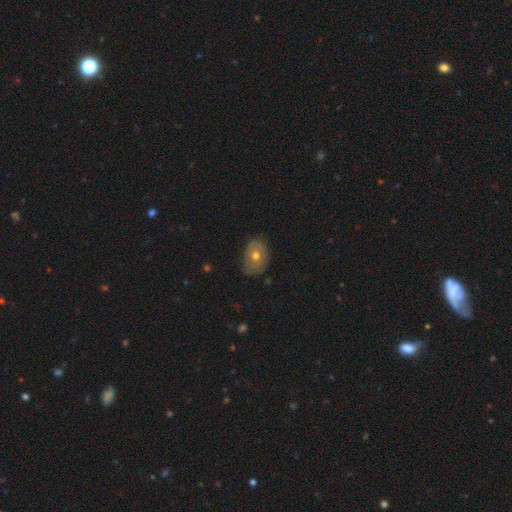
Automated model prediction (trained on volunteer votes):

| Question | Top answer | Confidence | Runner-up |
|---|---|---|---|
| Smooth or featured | smooth | 52% | featured or disk (39%) |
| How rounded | in between | 70% | round (29%) |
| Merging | none | 69% | minor disturbance (25%) |